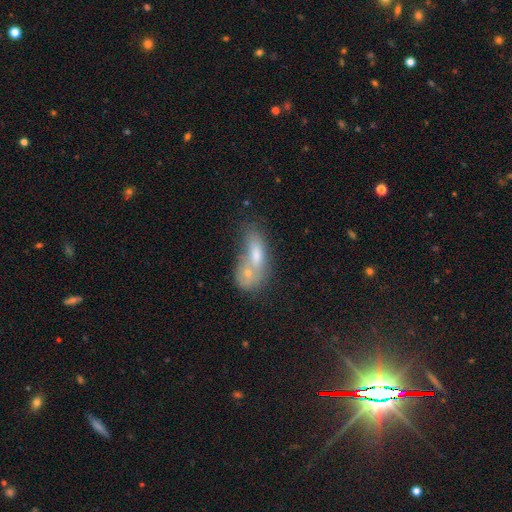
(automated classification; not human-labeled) Morphology: type=smooth (62%); roundness=in between (71%); merging=merger (65%).